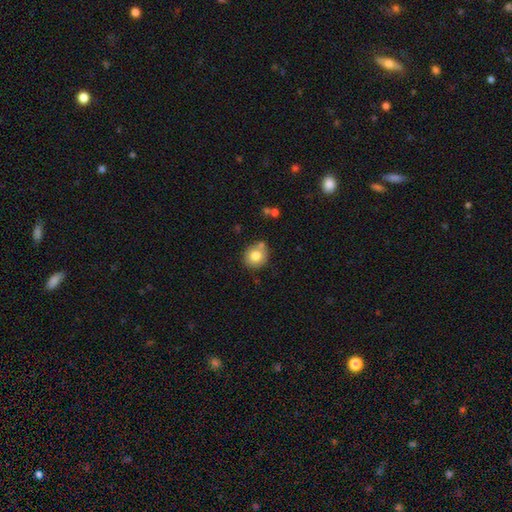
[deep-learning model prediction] A smooth galaxy with no disk features (77%) that is round (83%).

Vote fractions:
- Smooth or featured? smooth: 77% / featured or disk: 13% / star or artifact: 9%
- How rounded? round: 83% / in between: 16% / cigar-shaped: 1%
- Merging? none: 70% / minor disturbance: 15% / merger: 12% / major disturbance: 3%